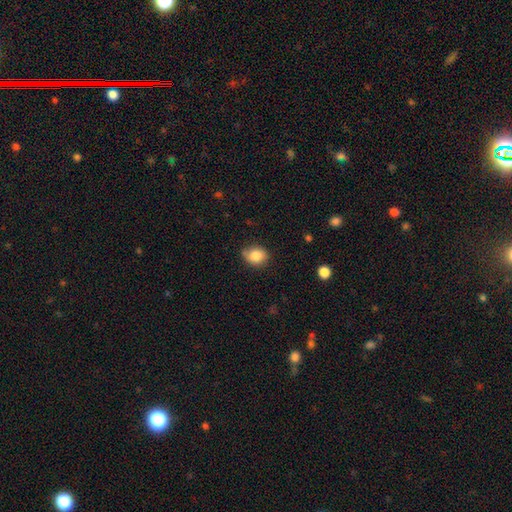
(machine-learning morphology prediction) Smooth or featured?
  - smooth: 83% *
  - star or artifact: 9%
  - featured or disk: 8%
How rounded?
  - round: 54% *
  - in between: 45%
  - cigar-shaped: 1%
Merging?
  - none: 67% *
  - minor disturbance: 27%
  - major disturbance: 5%
  - merger: 2%